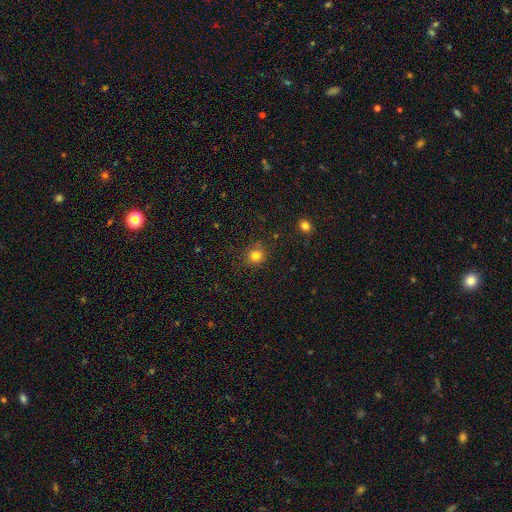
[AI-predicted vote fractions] A smooth galaxy with no disk features (81%) that is round (89%). Merging: none (84%).